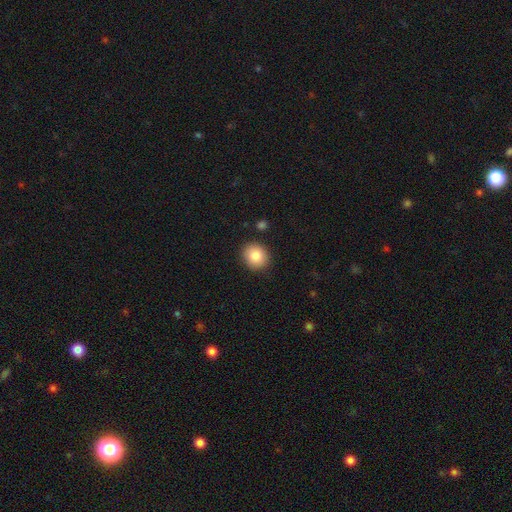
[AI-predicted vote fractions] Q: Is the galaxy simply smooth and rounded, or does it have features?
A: smooth — 84%.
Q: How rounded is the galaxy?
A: round — 77%.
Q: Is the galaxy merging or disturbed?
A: none — 89%.